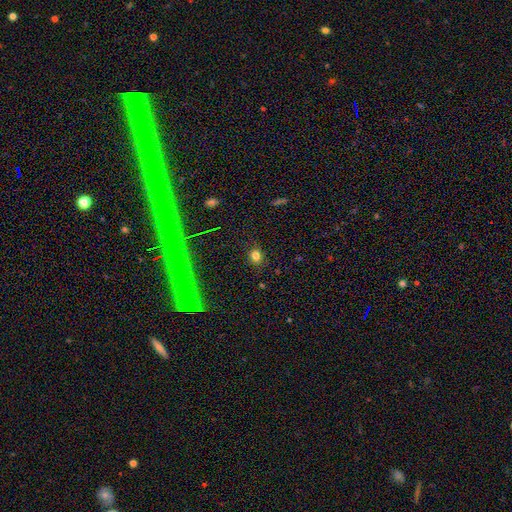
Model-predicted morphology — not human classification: The model was most divided on "how rounded": round: 71%, in between: 28%, cigar-shaped: 1%. More confident: merging — none (84%); smooth or featured — smooth (76%).